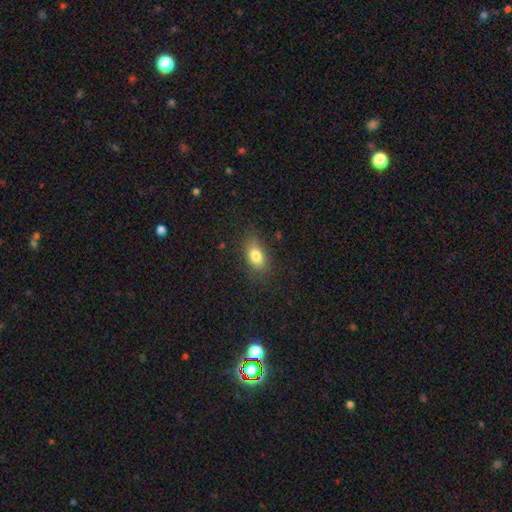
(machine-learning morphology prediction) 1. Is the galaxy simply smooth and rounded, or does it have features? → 81% smooth, 10% featured or disk, 9% star or artifact.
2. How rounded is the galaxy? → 85% in between, 11% round, 4% cigar-shaped.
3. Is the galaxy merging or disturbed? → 81% none, 14% minor disturbance, 4% major disturbance, 1% merger.